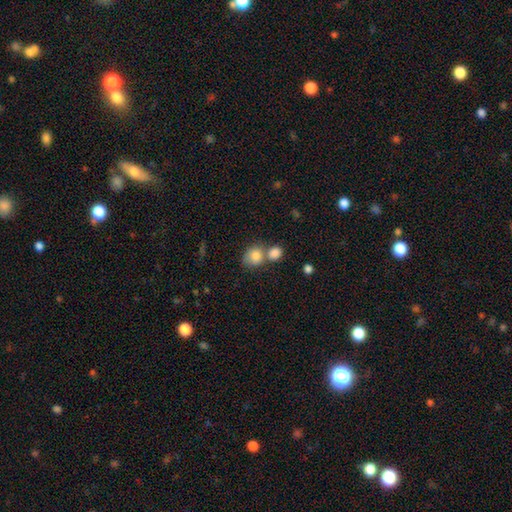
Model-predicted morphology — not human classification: Smooth or featured: smooth — 83% (featured or disk — 9%)
How rounded: round — 60% (in between — 38%)
Merging: merger — 47% (none — 39%)